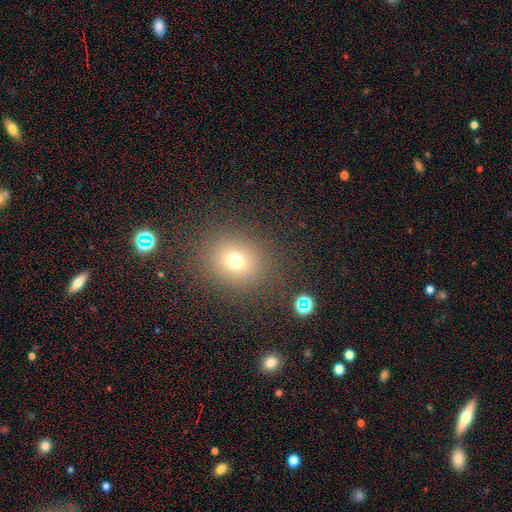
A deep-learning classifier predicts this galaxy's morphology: Smooth or featured? Predicted: smooth (p=0.63). How rounded? Predicted: round (p=0.58). Merging? Predicted: none (p=0.88).